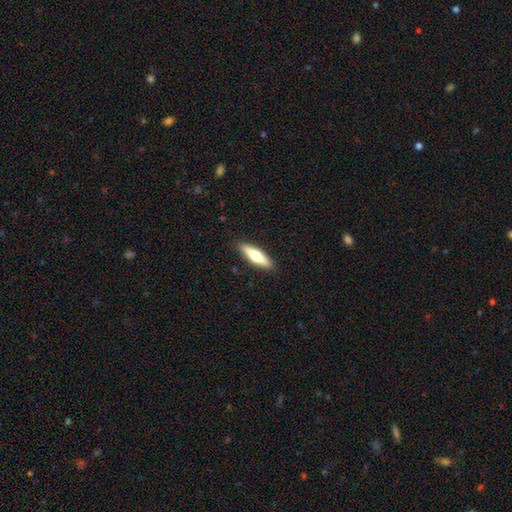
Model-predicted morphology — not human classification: Smooth or featured?
  - smooth: 56% *
  - featured or disk: 39%
  - star or artifact: 5%
How rounded?
  - cigar-shaped: 66% *
  - in between: 32%
  - round: 2%
Merging?
  - none: 90% *
  - minor disturbance: 8%
  - major disturbance: 2%
  - merger: 1%